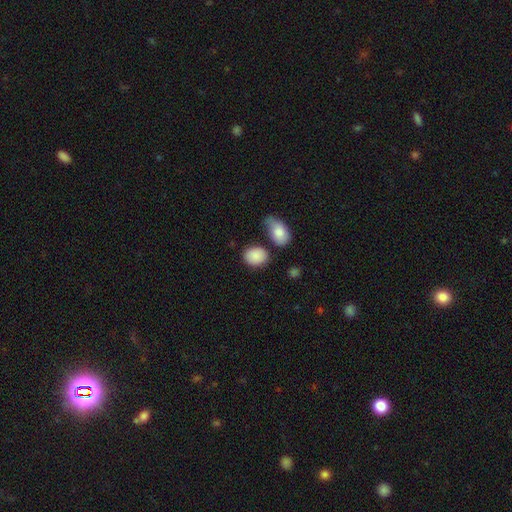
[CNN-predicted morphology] The model was most divided on "how rounded": in between: 63%, round: 36%, cigar-shaped: 1%. More confident: smooth or featured — smooth (88%); merging — none (67%).